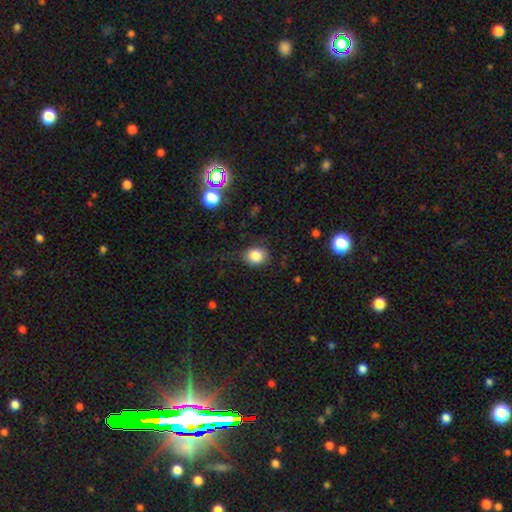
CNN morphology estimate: Smooth or featured? smooth (83%)
How rounded? round (62%)
Merging? none (74%)